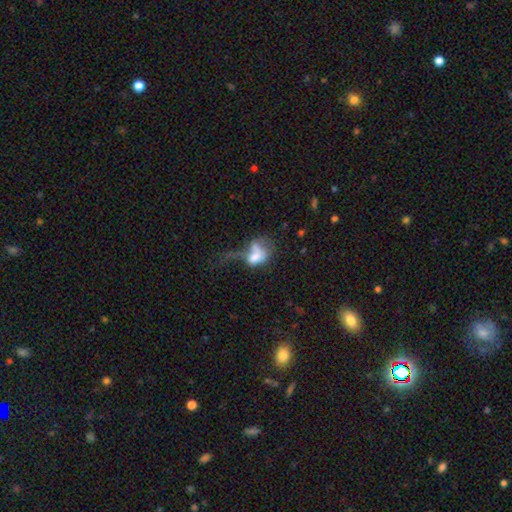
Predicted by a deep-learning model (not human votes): Smooth or featured? smooth (57%)
How rounded? in between (70%)
Merging? major disturbance (48%)